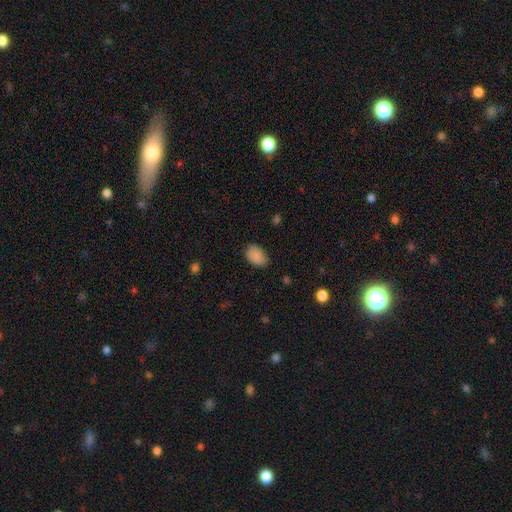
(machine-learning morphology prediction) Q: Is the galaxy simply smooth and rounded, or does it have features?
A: smooth — 88%.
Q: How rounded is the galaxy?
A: in between — 88%.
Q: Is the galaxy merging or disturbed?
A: none — 79%.